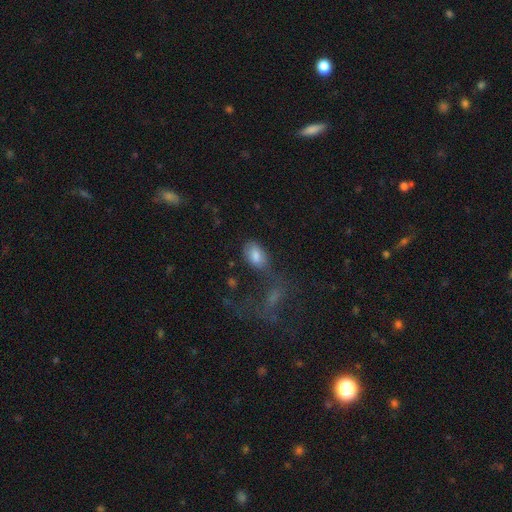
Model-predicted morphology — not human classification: smooth 80%, featured or disk 11%, star or artifact 9%. Down the decision tree: how rounded — in between (90%); merging — none (44%).